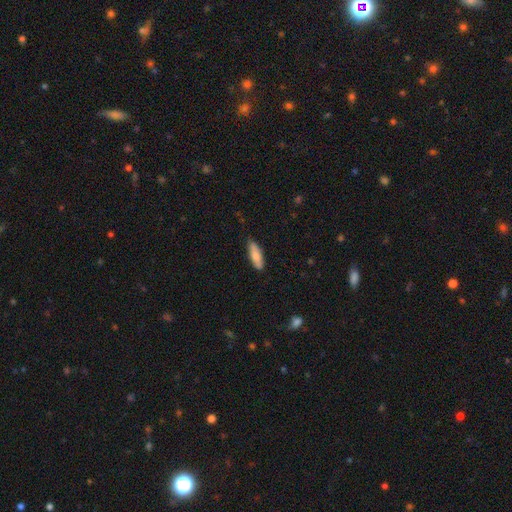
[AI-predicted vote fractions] Smooth or featured? Predicted: smooth (p=0.79). How rounded? Predicted: cigar-shaped (p=0.50). Merging? Predicted: none (p=0.83).